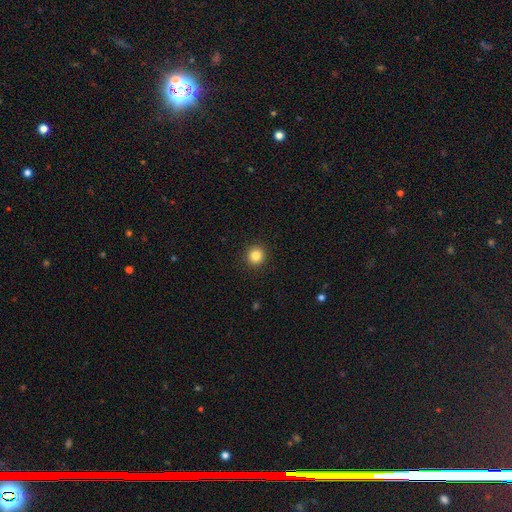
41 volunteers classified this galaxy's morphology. This appears to be a smooth galaxy with no disk features (78%) that is round (100%). Merging: none (94%).